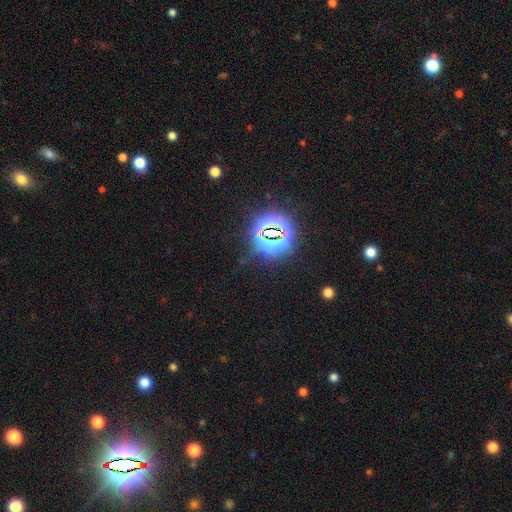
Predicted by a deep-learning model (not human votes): This is clearly a star or artifact rather than a galaxy (83%).